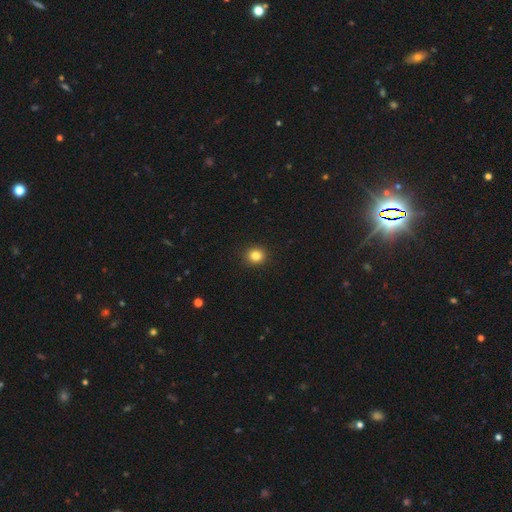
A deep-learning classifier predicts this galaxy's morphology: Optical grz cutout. It shows a smooth galaxy with no disk features (83%) that is round (86%). Merging: none (92%).